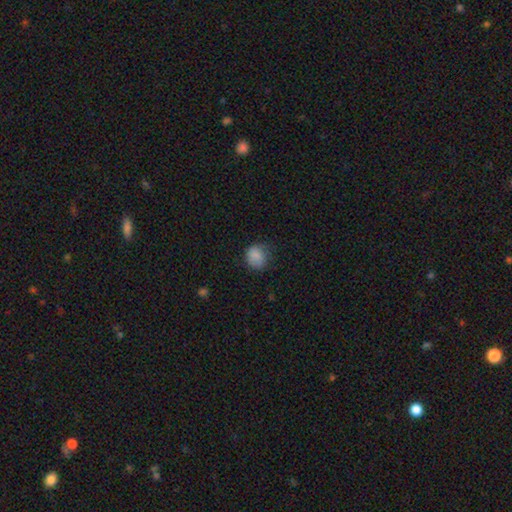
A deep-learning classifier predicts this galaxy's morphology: Overall: smooth (84%). How rounded: round (75%). Merging: none (63%; minor disturbance 27%).